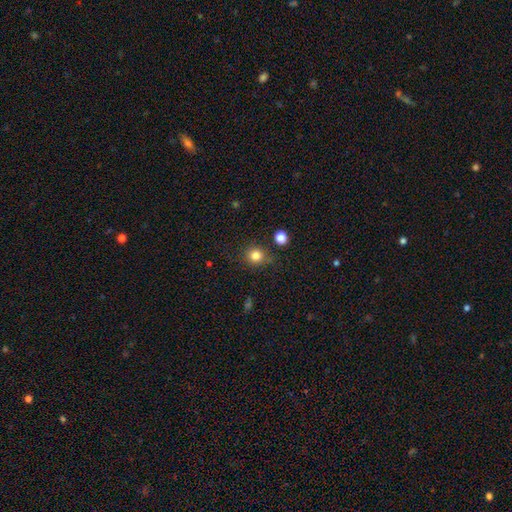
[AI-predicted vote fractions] smooth 82%, star or artifact 13%, featured or disk 5%. Down the decision tree: how rounded — round (89%); merging — none (80%).